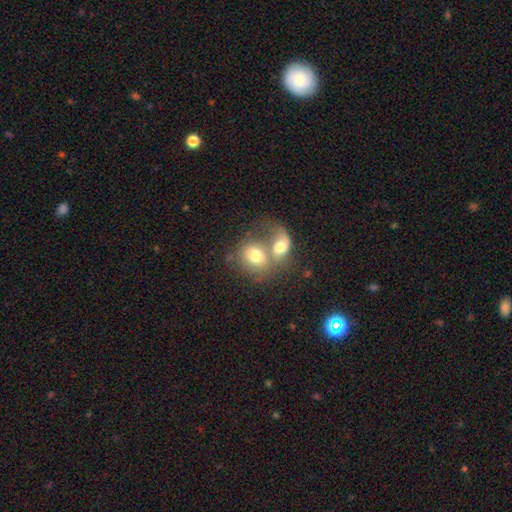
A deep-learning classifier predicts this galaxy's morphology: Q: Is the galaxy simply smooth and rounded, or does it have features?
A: smooth — 66%.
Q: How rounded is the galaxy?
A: round — 55%.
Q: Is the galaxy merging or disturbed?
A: merger — 71%.